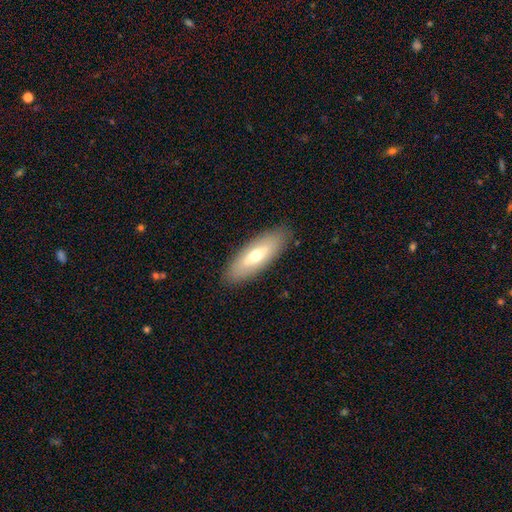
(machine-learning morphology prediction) type=smooth (57%); roundness=in between (65%); merging=none (88%).